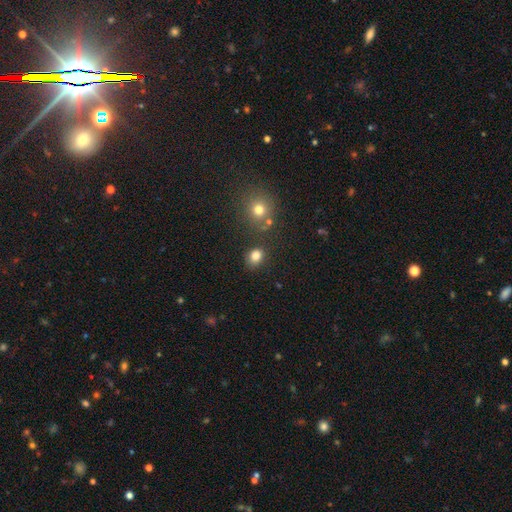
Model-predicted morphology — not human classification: smooth 82%, star or artifact 12%, featured or disk 5%. Down the decision tree: how rounded — round (54%); merging — none (78%).